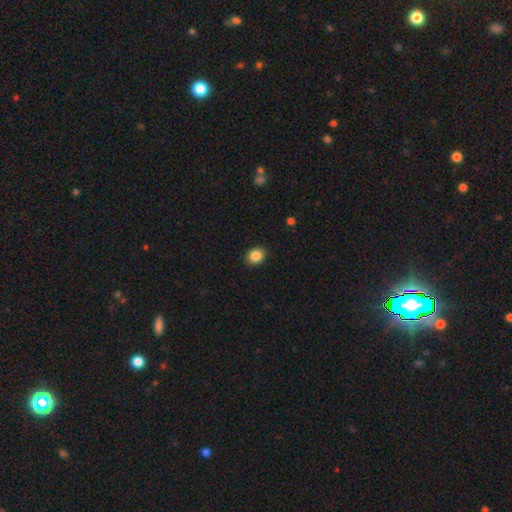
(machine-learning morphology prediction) smooth_or_featured: smooth (p=0.87) [alt: star or artifact p=0.09]
how_rounded: round (p=0.56) [alt: in between p=0.43]
merging: none (p=0.89) [alt: minor disturbance p=0.08]